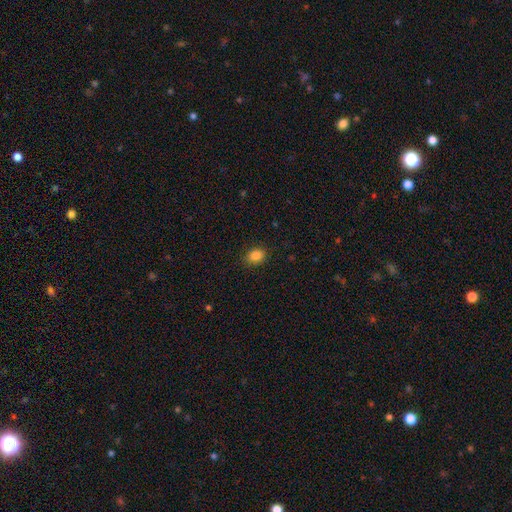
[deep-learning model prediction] smooth 86%, star or artifact 10%, featured or disk 4%. Down the decision tree: how rounded — in between (53%); merging — none (87%).